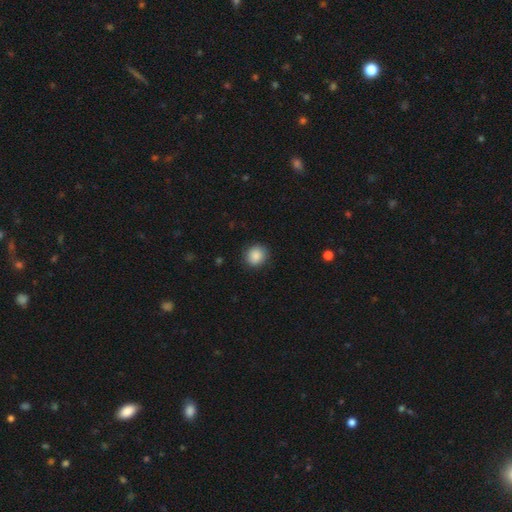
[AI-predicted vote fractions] The model was most divided on "how rounded": round: 85%, in between: 14%, cigar-shaped: 1%. More confident: merging — none (88%); smooth or featured — smooth (88%).